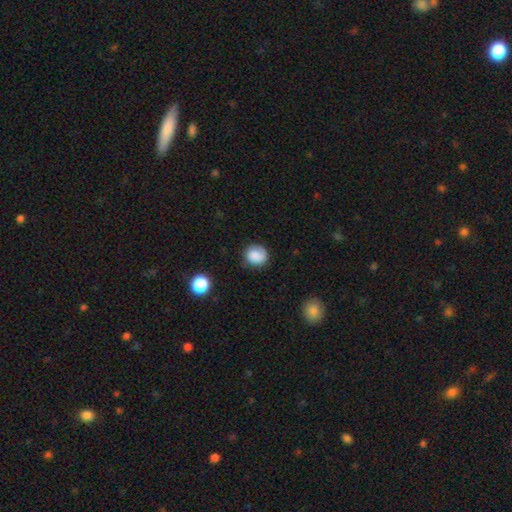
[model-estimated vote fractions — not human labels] Q: Smooth or featured?
A: smooth (82%); runner-up: featured or disk (9%)
Q: How rounded?
A: round (83%); runner-up: in between (16%)
Q: Merging?
A: none (77%); runner-up: minor disturbance (16%)